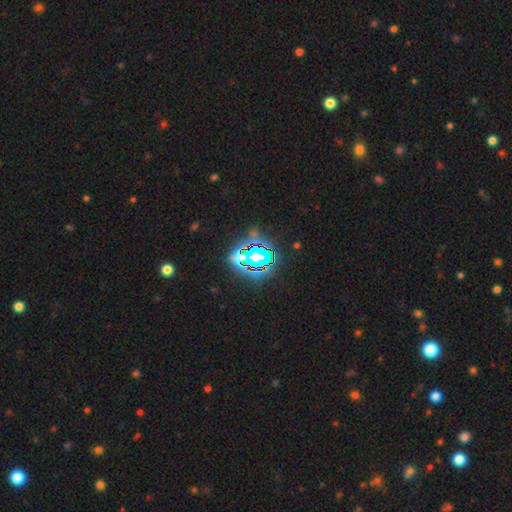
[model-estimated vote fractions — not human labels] smooth-or-featured: star or artifact: 81% | smooth: 11% | featured or disk: 7%